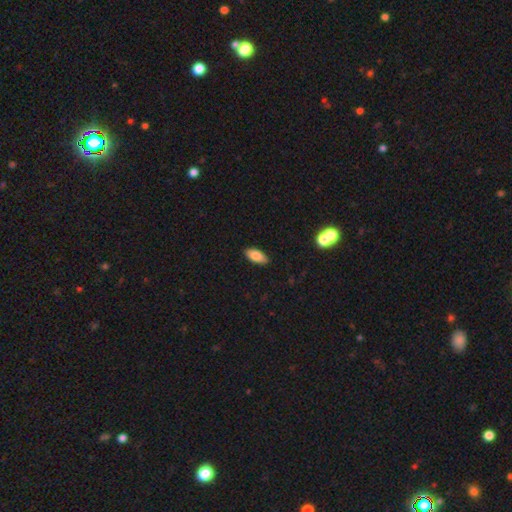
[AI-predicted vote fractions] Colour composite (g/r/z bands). It shows a smooth galaxy with no disk features (81%) that is in between round and cigar-shaped (88%). Merging: none (87%).